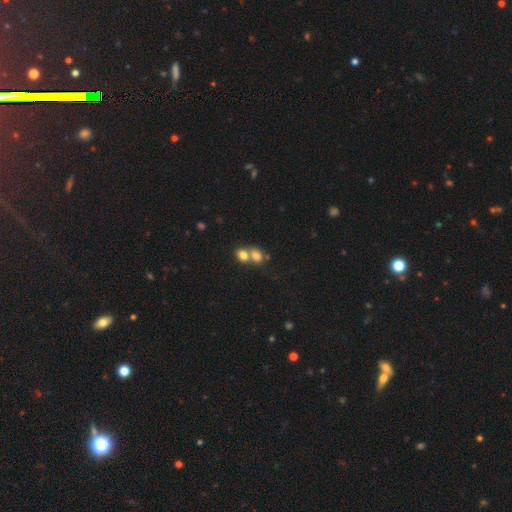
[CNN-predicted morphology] This appears to be a smooth galaxy with no disk features (76%) that is round (53%). Merging: merger (65%).